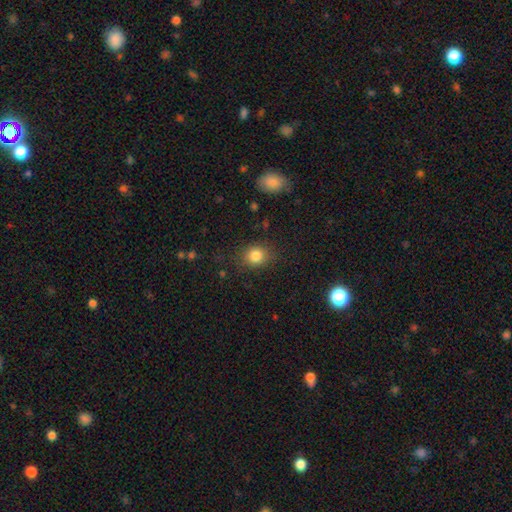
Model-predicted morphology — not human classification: This is clearly a smooth galaxy (83%). How rounded: likely round (68%). Merging: clearly none (82%).